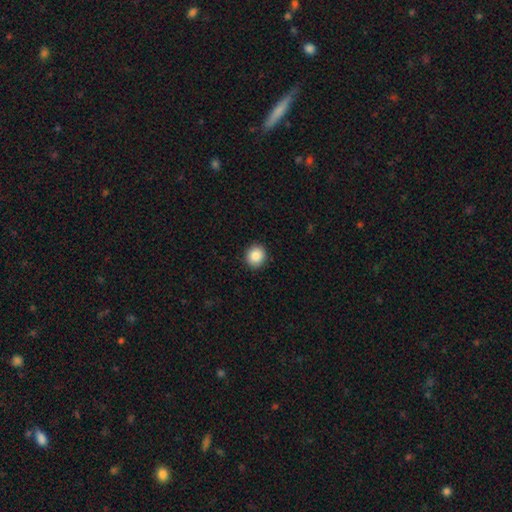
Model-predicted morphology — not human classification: This is clearly a smooth galaxy (87%). How rounded: clearly round (85%). Merging: clearly none (91%).